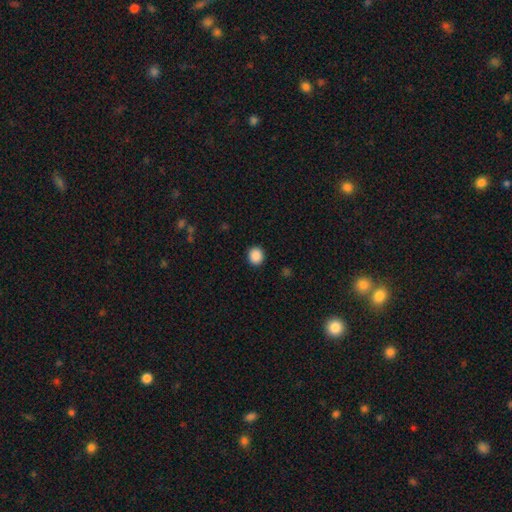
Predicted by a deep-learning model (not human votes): The model was most divided on "how rounded": round: 84%, in between: 16%, cigar-shaped: 1%. More confident: merging — none (92%); smooth or featured — smooth (89%).